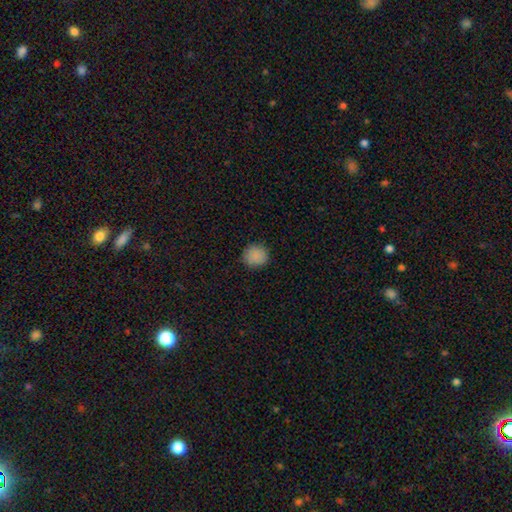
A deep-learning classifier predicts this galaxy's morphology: A smooth galaxy with no disk features (87%) that is round (90%).

Vote fractions:
- Smooth or featured? smooth: 87% / star or artifact: 10% / featured or disk: 3%
- How rounded? round: 90% / in between: 9% / cigar-shaped: 1%
- Merging? none: 89% / minor disturbance: 8% / major disturbance: 2% / merger: 1%